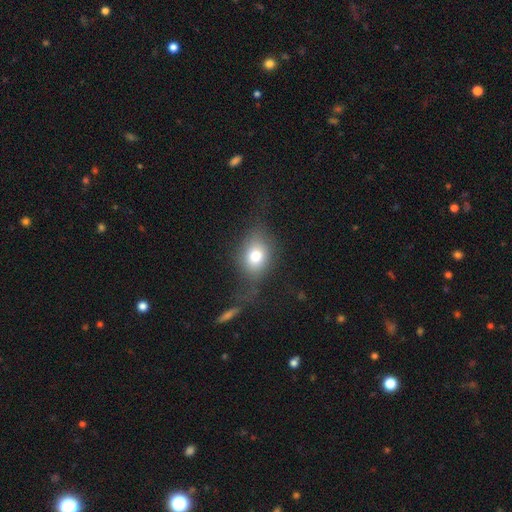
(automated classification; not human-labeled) Smooth or featured? Predicted: smooth (p=0.74). How rounded? Predicted: in between (p=0.61). Merging? Predicted: none (p=0.51).